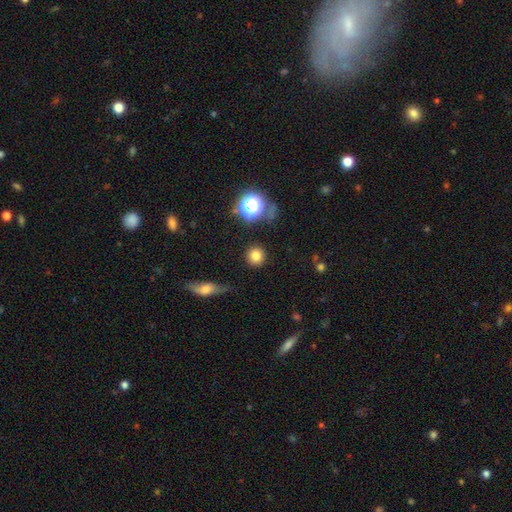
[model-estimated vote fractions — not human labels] Morphology: type=smooth (80%); roundness=round (91%); merging=none (88%).